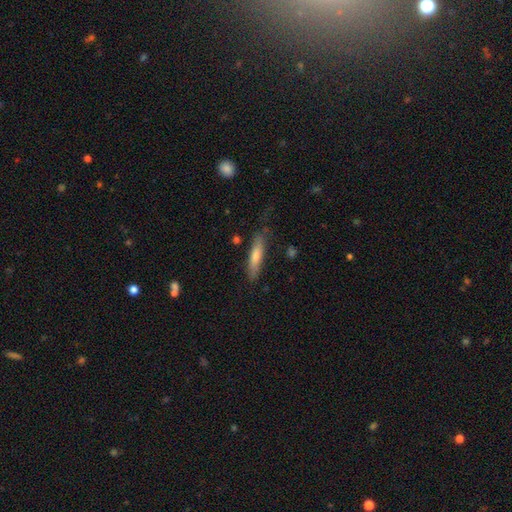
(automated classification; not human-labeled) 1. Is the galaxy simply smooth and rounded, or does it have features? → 61% smooth, 32% featured or disk, 6% star or artifact.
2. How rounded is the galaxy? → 85% cigar-shaped, 13% in between, 2% round.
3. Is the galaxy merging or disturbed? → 75% none, 19% minor disturbance, 4% major disturbance, 2% merger.